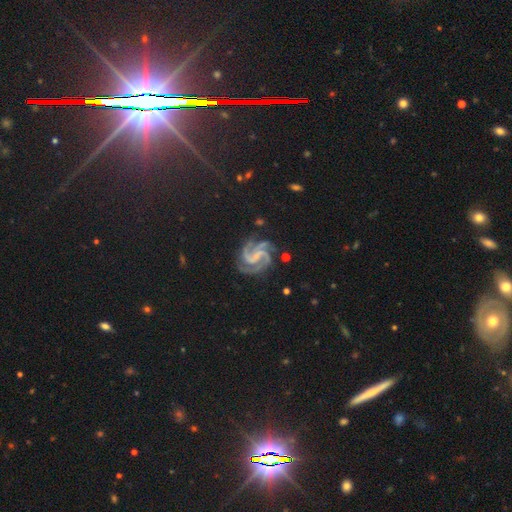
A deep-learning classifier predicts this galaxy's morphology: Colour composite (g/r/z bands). It shows a featured or disk galaxy (92%) with a weak bar (43%), 3 (56%) medium (55%) spiral arms (99%) and a small central bulge (53%). Merging: none (74%).